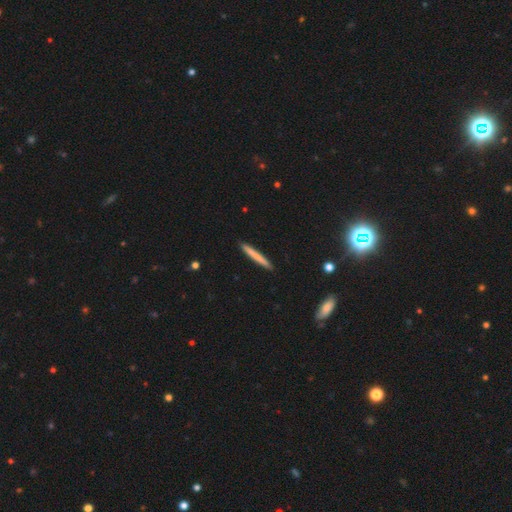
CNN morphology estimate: A smooth galaxy with no disk features (74%) that is cigar-shaped (97%). Merging: none (92%).